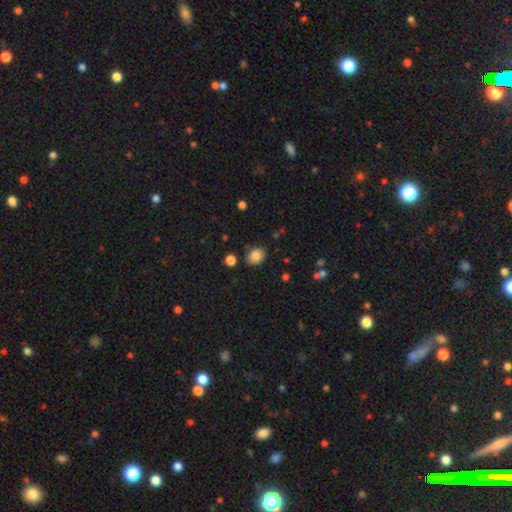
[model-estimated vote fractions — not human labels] smooth 84%, star or artifact 10%, featured or disk 6%. Down the decision tree: how rounded — in between (52%); merging — none (79%).